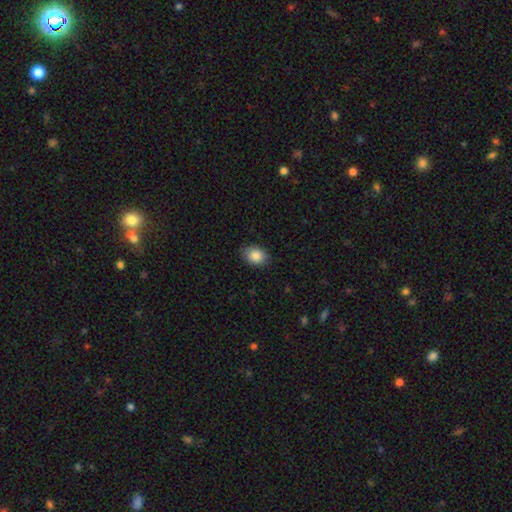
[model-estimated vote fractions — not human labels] Overall: smooth (86%). How rounded: in between (69%; round 30%). Merging: none (86%).